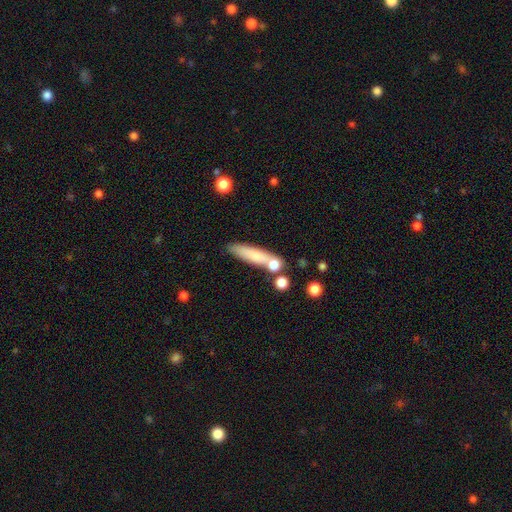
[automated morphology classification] Smooth or featured? Predicted: smooth (p=0.73). How rounded? Predicted: cigar-shaped (p=0.81). Merging? Predicted: none (p=0.65).